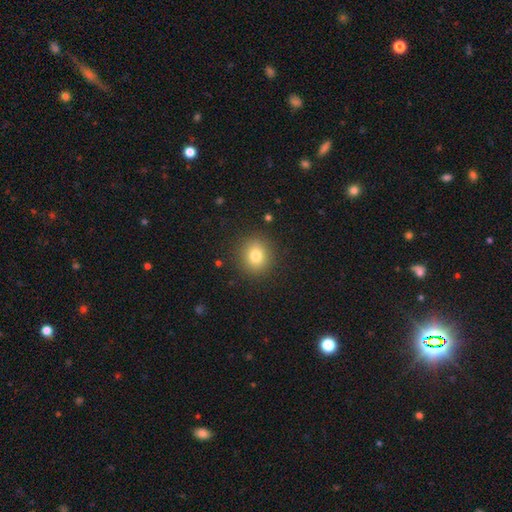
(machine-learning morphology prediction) This appears to be a smooth galaxy with no disk features (79%) that is round (84%). Merging: none (89%).